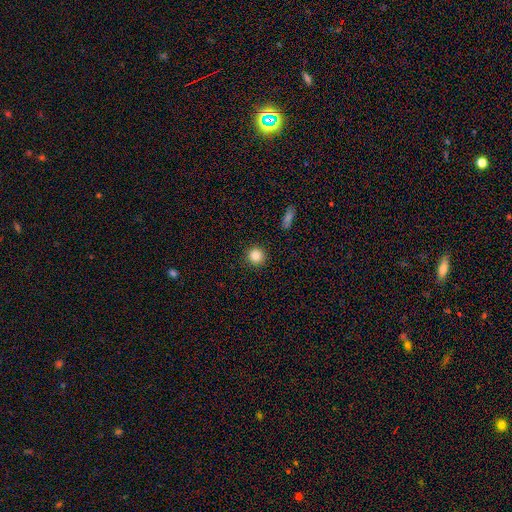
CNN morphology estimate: smooth_or_featured: smooth (p=0.86) [alt: star or artifact p=0.10]
how_rounded: round (p=0.95) [alt: in between p=0.04]
merging: none (p=0.92) [alt: minor disturbance p=0.05]